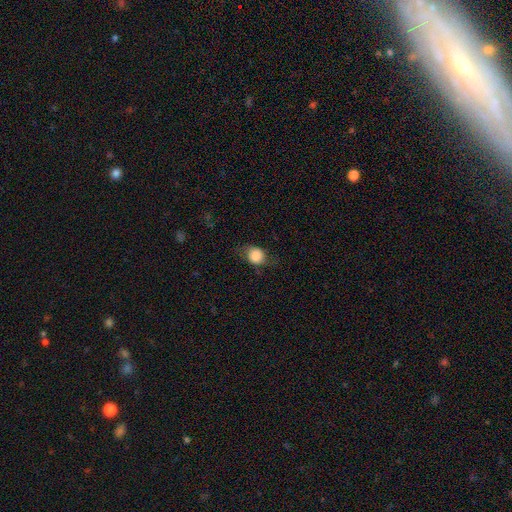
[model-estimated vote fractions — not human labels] smooth 80%, featured or disk 11%, star or artifact 9%. Down the decision tree: how rounded — round (61%); merging — none (63%).